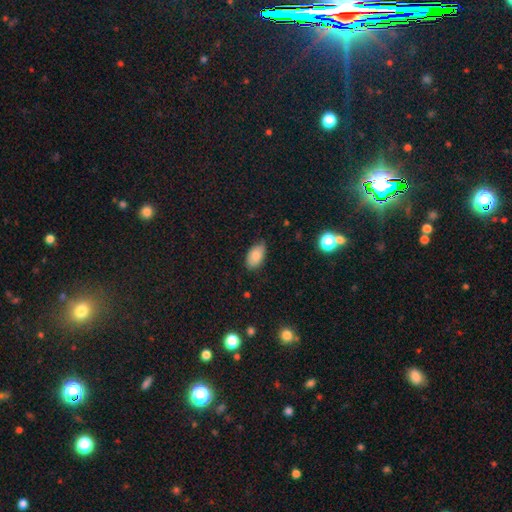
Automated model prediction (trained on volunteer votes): Morphology: type=smooth (86%); roundness=in between (94%); merging=none (74%).